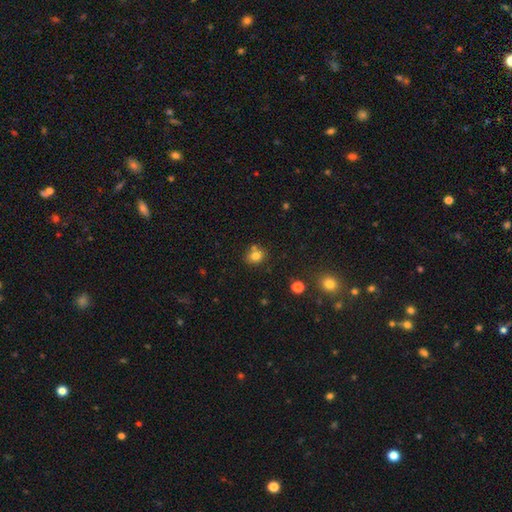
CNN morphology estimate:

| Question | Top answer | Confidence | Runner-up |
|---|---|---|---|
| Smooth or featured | smooth | 77% | star or artifact (13%) |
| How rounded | round | 68% | in between (31%) |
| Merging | none | 68% | merger (16%) |